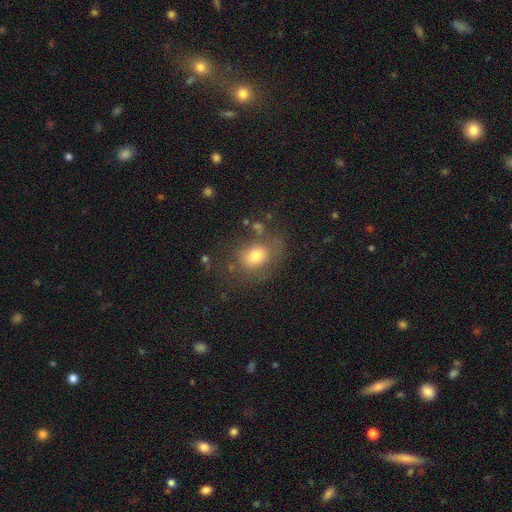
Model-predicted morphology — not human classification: Smooth or featured? smooth (74%)
How rounded? in between (62%)
Merging? none (60%)